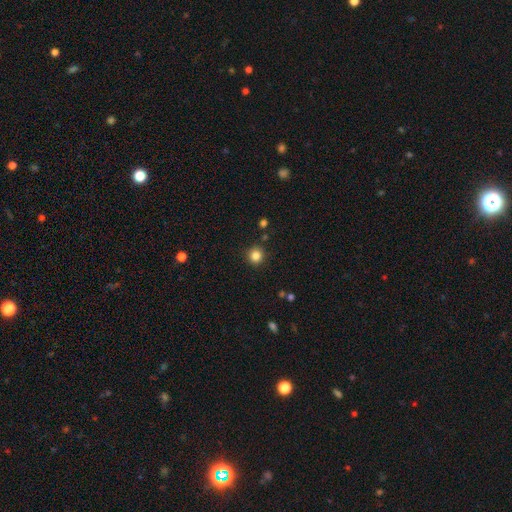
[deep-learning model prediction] A smooth galaxy with no disk features (83%) that is round (94%).

Vote fractions:
- Smooth or featured? smooth: 83% / star or artifact: 12% / featured or disk: 5%
- How rounded? round: 94% / in between: 5% / cigar-shaped: 1%
- Merging? none: 90% / minor disturbance: 6% / merger: 2% / major disturbance: 2%